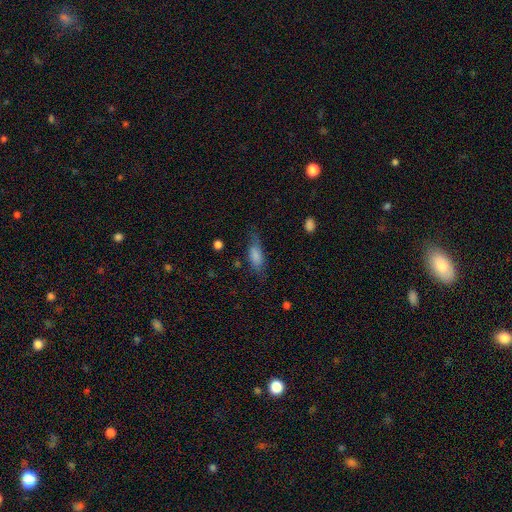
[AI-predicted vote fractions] This is likely a smooth galaxy (75%). How rounded: likely in between (72%). Merging: possibly none (58%).